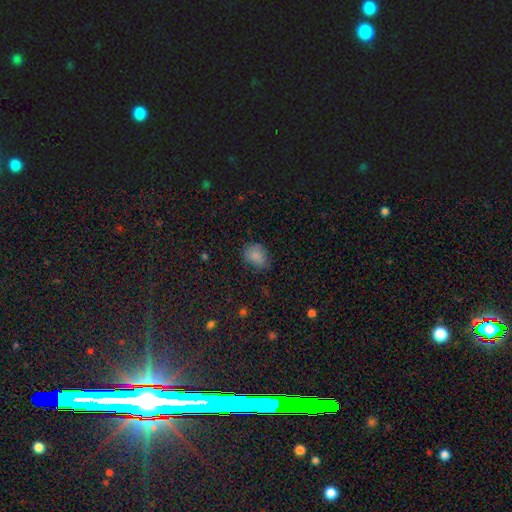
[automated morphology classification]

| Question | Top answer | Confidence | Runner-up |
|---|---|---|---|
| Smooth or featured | smooth | 83% | star or artifact (10%) |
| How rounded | in between | 56% | round (43%) |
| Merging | none | 66% | minor disturbance (25%) |